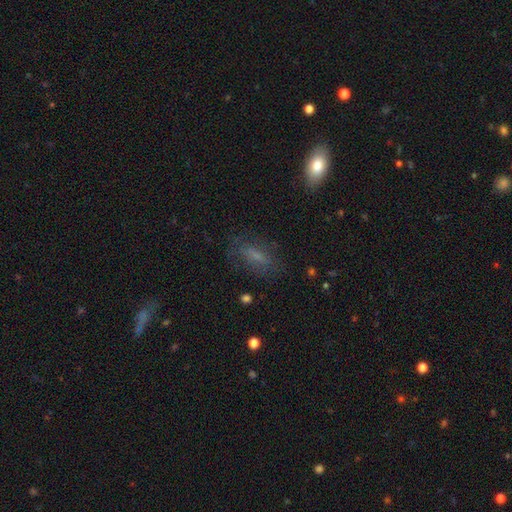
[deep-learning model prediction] This is possibly a smooth galaxy (58%). How rounded: likely in between (61%). Merging: likely none (73%).